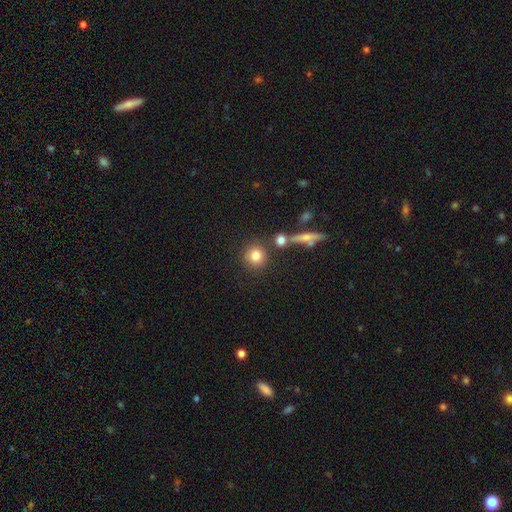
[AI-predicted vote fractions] smooth_or_featured: smooth (p=0.79) [alt: star or artifact p=0.12]
how_rounded: round (p=0.90) [alt: in between p=0.09]
merging: none (p=0.76) [alt: merger p=0.11]